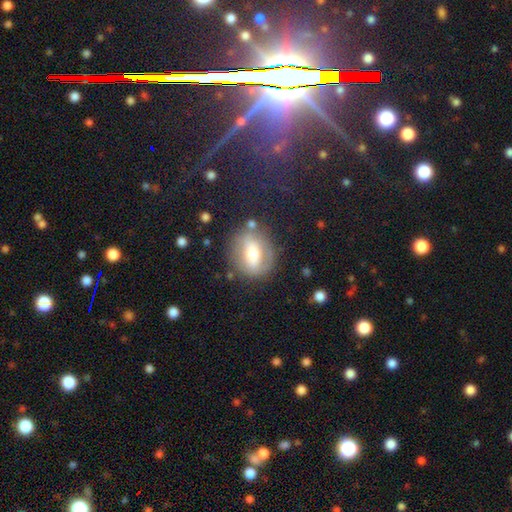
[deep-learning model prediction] Smooth or featured: featured or disk — 46% (tied with smooth — 46%)
Merging: none — 73% (minor disturbance — 16%)